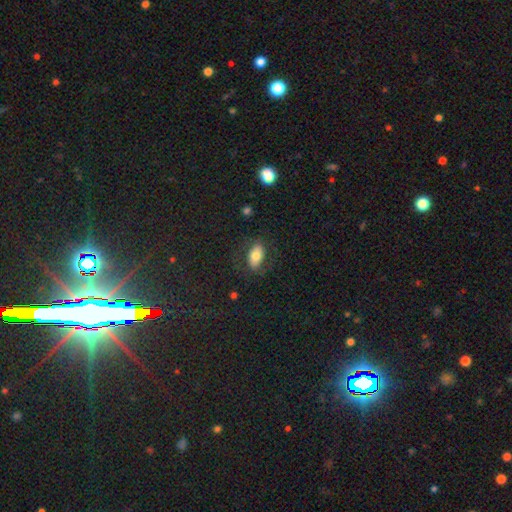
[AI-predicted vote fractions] Morphology: type=smooth (72%); roundness=in between (91%); merging=none (76%).